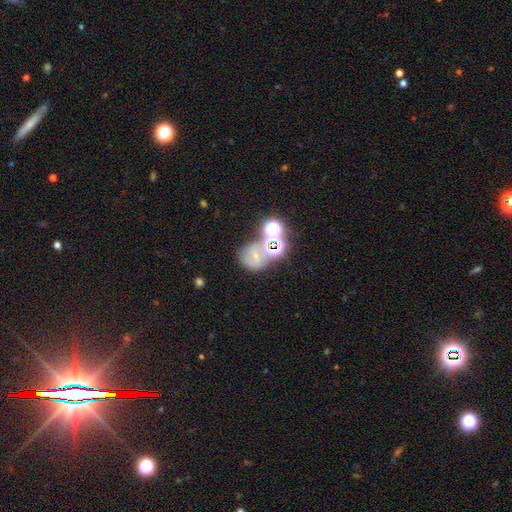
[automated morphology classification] A smooth galaxy with no disk features (42%).

Vote fractions:
- Smooth or featured? smooth: 42% / star or artifact: 32% / featured or disk: 26%
- Merging? none: 46% / merger: 29% / minor disturbance: 15% / major disturbance: 10%